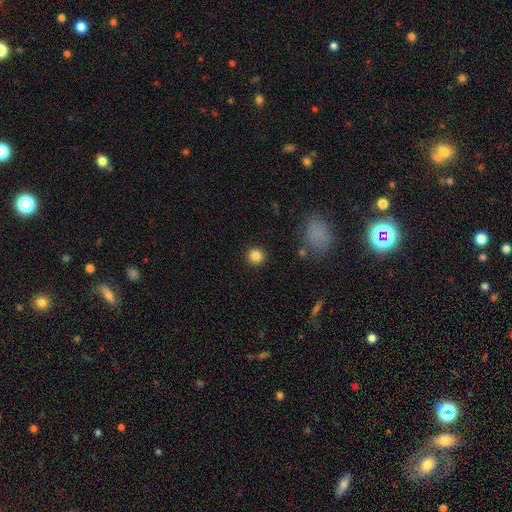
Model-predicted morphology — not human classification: smooth 84%, star or artifact 11%, featured or disk 5%. Down the decision tree: how rounded — round (94%); merging — none (91%).